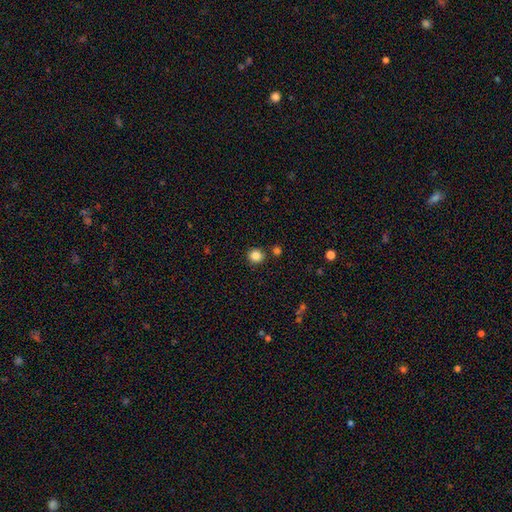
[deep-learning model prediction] Smooth or featured? smooth (85%)
How rounded? round (89%)
Merging? none (86%)